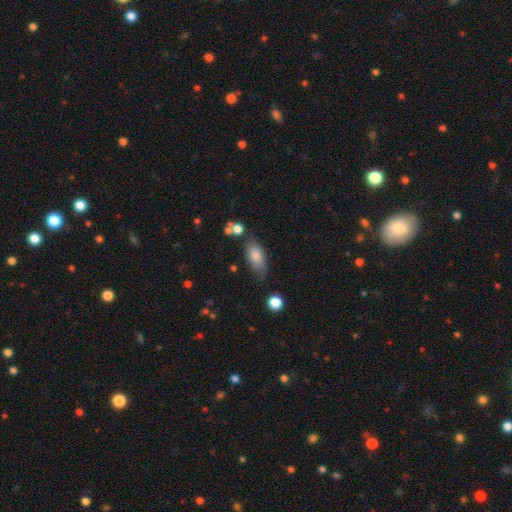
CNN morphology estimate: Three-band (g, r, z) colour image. It shows a smooth galaxy with no disk features (78%) that is in between round and cigar-shaped (83%). Merging: none (61%).